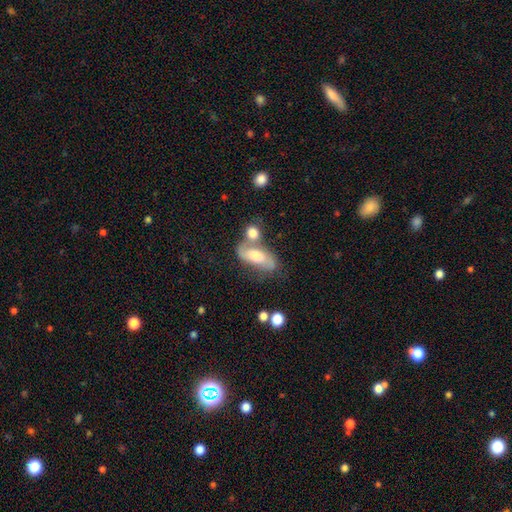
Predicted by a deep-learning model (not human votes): smooth 49%, featured or disk 44%, star or artifact 8%. Down the decision tree: merging — merger (41%).